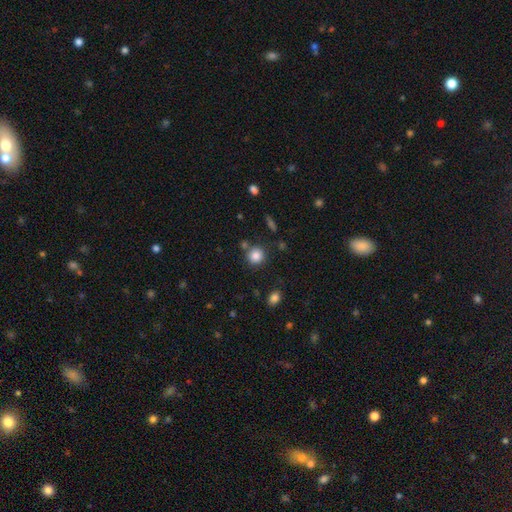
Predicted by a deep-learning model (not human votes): Smooth or featured?
  - smooth: 84% *
  - star or artifact: 10%
  - featured or disk: 6%
How rounded?
  - round: 91% *
  - in between: 8%
  - cigar-shaped: 1%
Merging?
  - none: 79% *
  - minor disturbance: 9%
  - merger: 9%
  - major disturbance: 3%